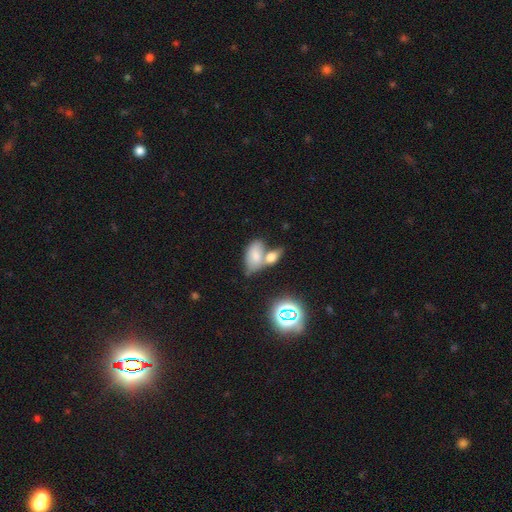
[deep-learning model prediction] Smooth or featured?
  - smooth: 71% *
  - featured or disk: 17%
  - star or artifact: 13%
How rounded?
  - in between: 91% *
  - round: 6%
  - cigar-shaped: 3%
Merging?
  - merger: 51% *
  - none: 31%
  - minor disturbance: 12%
  - major disturbance: 6%